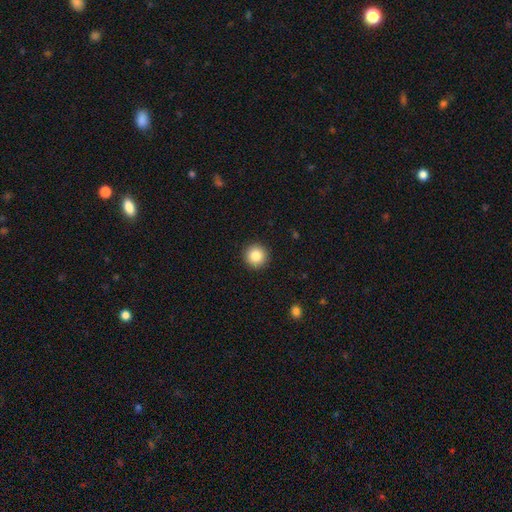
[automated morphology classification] A smooth galaxy with no disk features (85%) that is round (96%).

Vote fractions:
- Smooth or featured? smooth: 85% / star or artifact: 9% / featured or disk: 6%
- How rounded? round: 96% / in between: 3% / cigar-shaped: 1%
- Merging? none: 93% / minor disturbance: 5% / major disturbance: 2% / merger: 1%